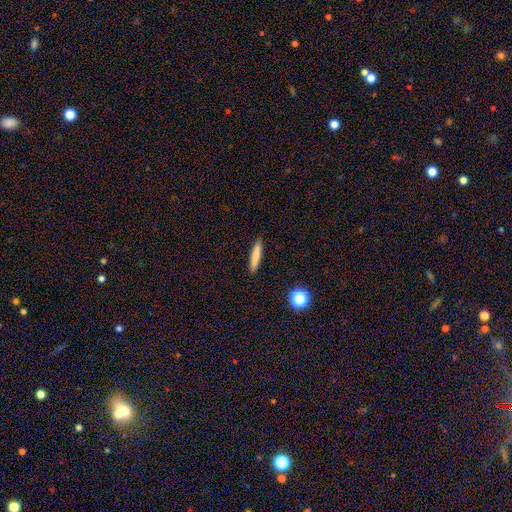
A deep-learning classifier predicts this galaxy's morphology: This appears to be a smooth galaxy with no disk features (77%) that is cigar-shaped (89%). Merging: none (89%).